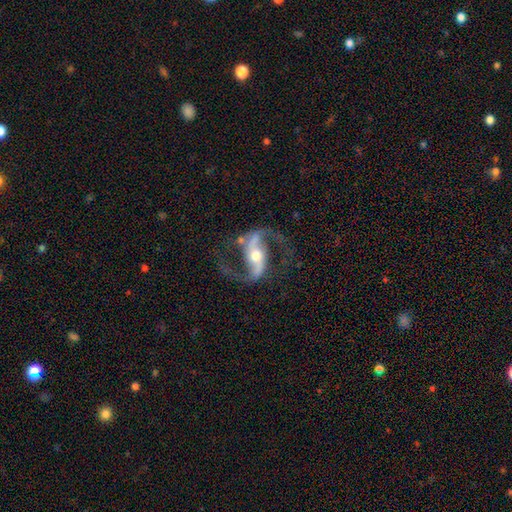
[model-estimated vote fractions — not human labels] Morphology: type=featured or disk (92%); edge-on=no (96%); bar=strong (50%); spiral arms=yes (97%); winding=loose (57%); arm count=2 (94%); bulge=moderate (65%); merging=none (75%).